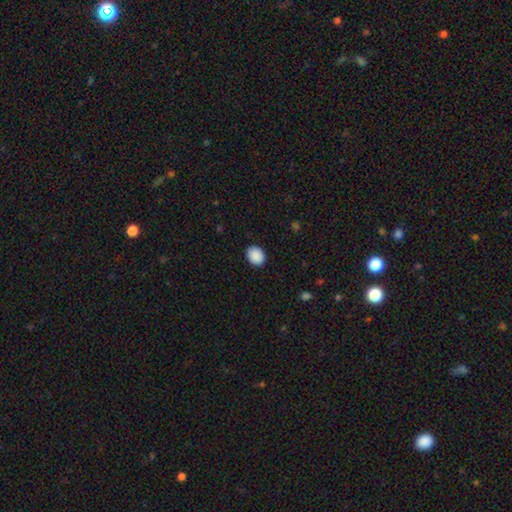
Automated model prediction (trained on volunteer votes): This is clearly a smooth galaxy (90%). How rounded: possibly in between (53%). Merging: clearly none (90%).